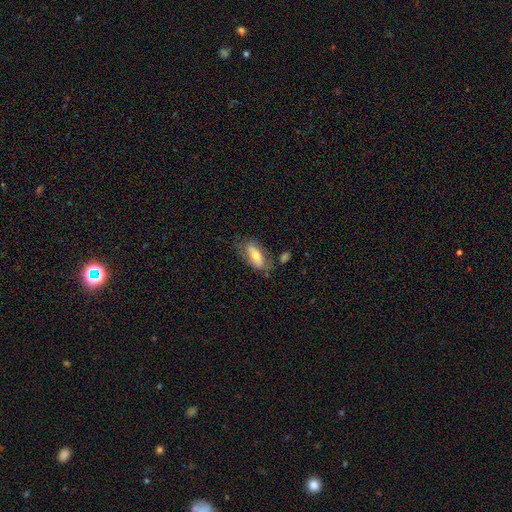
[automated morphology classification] Smooth or featured? Predicted: smooth (p=0.55). How rounded? Predicted: in between (p=0.85). Merging? Predicted: none (p=0.62).